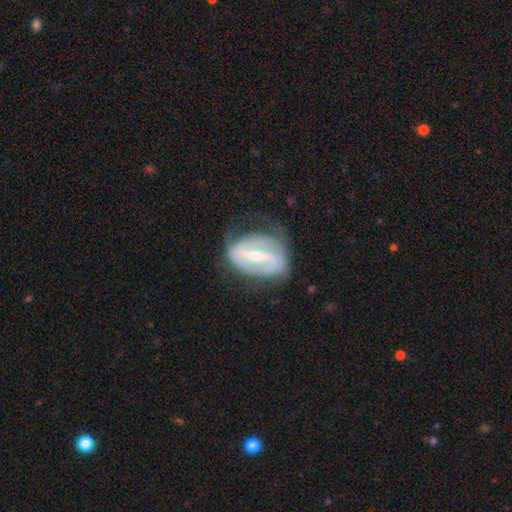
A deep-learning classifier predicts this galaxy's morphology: A featured or disk galaxy (78%) with a strong bar (67%), 2 (67%) medium (38%) spiral arms (74%) and a small central bulge (54%). Merging: none (53%).